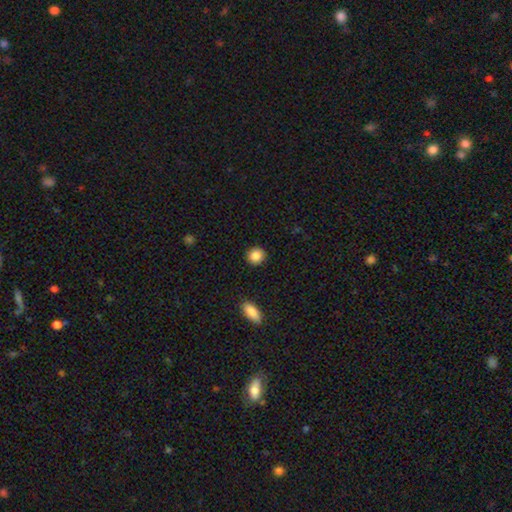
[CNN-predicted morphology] type=smooth (87%); roundness=round (89%); merging=none (91%).